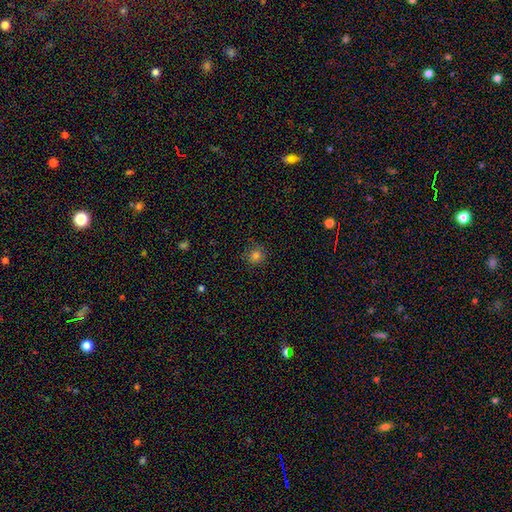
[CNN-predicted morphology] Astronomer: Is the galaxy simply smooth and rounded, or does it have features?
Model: smooth — 80%.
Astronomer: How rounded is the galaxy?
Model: round — 91%.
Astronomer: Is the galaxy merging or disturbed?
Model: none — 85%.